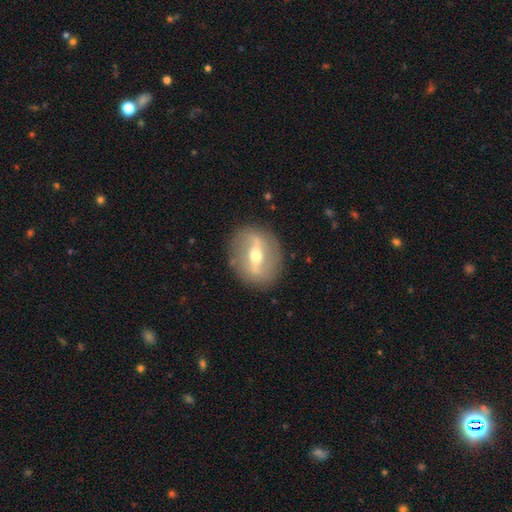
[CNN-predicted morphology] Q: Smooth or featured?
A: featured or disk (74%); runner-up: smooth (19%)
Q: Edge-on disk?
A: no (85%); runner-up: yes (15%)
Q: Bar?
A: strong (65%); runner-up: weak (25%)
Q: Spiral arms?
A: no (57%); runner-up: yes (43%)
Q: Bulge size?
A: moderate (68%); runner-up: small (24%)
Q: Merging?
A: none (85%); runner-up: minor disturbance (10%)